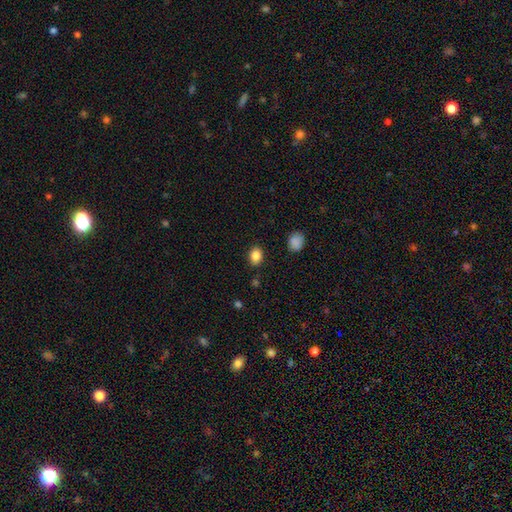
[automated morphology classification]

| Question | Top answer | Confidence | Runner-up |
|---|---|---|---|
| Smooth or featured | smooth | 86% | star or artifact (10%) |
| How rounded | in between | 61% | round (38%) |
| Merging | none | 86% | minor disturbance (9%) |